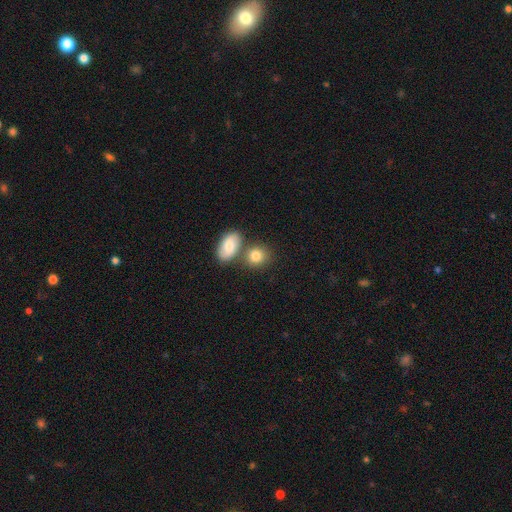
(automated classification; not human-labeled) Morphology: type=smooth (81%); roundness=round (59%); merging=none (62%).